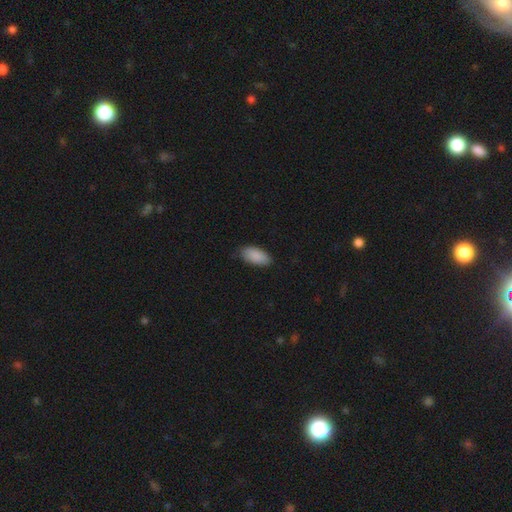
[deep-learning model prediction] This is clearly a smooth galaxy (90%). How rounded: clearly in between (93%). Merging: clearly none (83%).